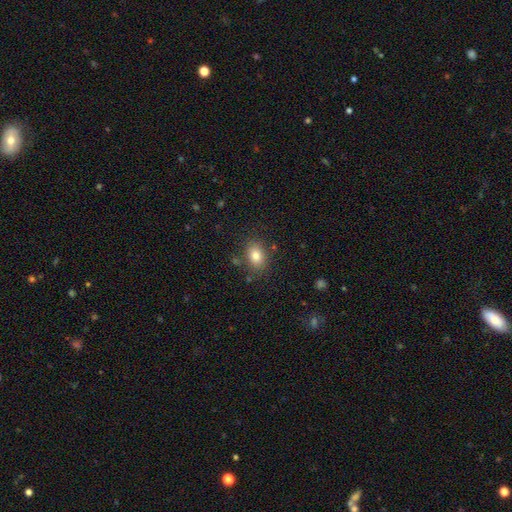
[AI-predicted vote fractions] A smooth galaxy with no disk features (80%) that is in between round and cigar-shaped (71%).

Vote fractions:
- Smooth or featured? smooth: 80% / star or artifact: 10% / featured or disk: 10%
- How rounded? in between: 71% / round: 28% / cigar-shaped: 1%
- Merging? none: 81% / minor disturbance: 12% / major disturbance: 4% / merger: 3%